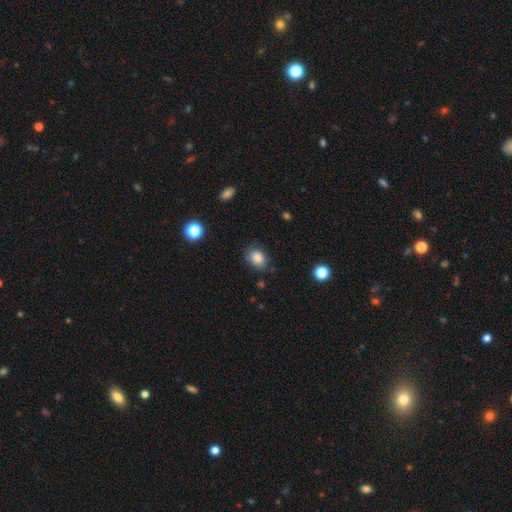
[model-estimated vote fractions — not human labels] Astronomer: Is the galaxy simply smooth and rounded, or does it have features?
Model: smooth — 84%.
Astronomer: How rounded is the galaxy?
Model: in between — 62% (runner-up: round, 37%).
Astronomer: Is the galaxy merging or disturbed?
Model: none — 75%.